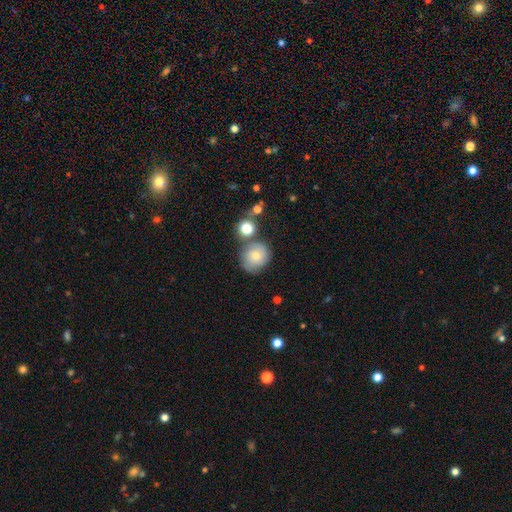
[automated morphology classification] Smooth or featured: smooth — 69% (featured or disk — 22%)
How rounded: round — 82% (in between — 17%)
Merging: none — 56% (merger — 21%)